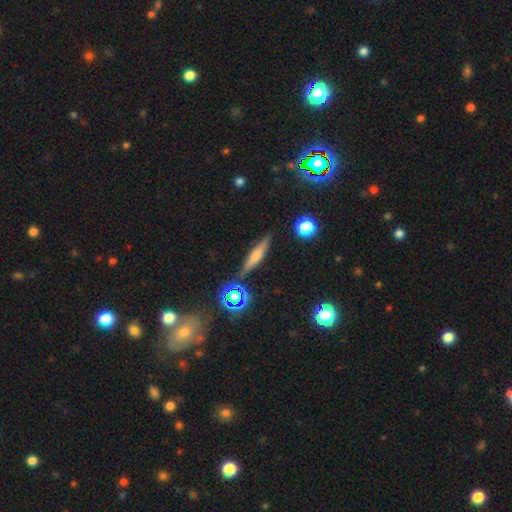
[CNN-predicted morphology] A smooth galaxy with no disk features (47%). Merging: none (86%).